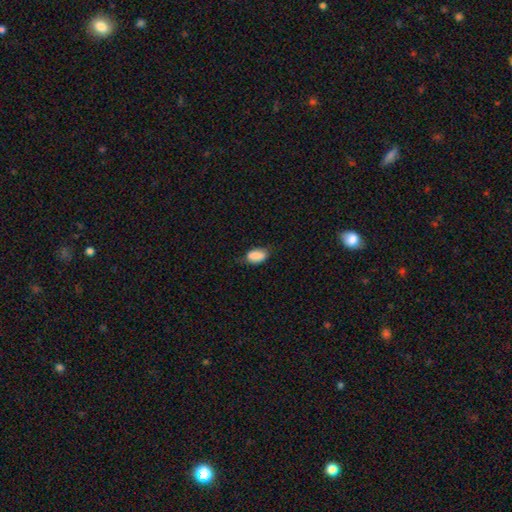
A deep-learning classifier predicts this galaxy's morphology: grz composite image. It shows a smooth galaxy with no disk features (86%) that is in between round and cigar-shaped (91%). Merging: none (64%).